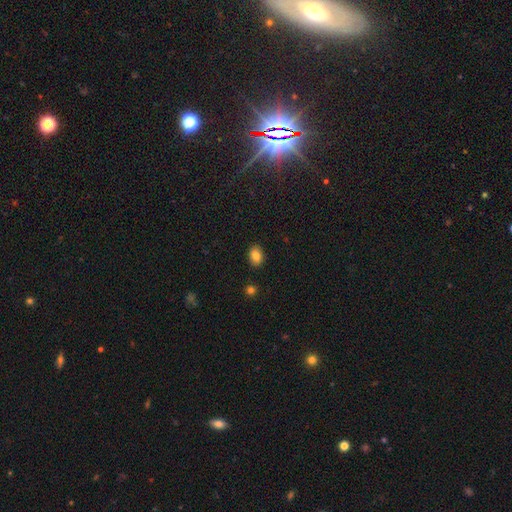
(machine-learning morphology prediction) Smooth or featured? smooth (84%)
How rounded? in between (79%)
Merging? none (89%)